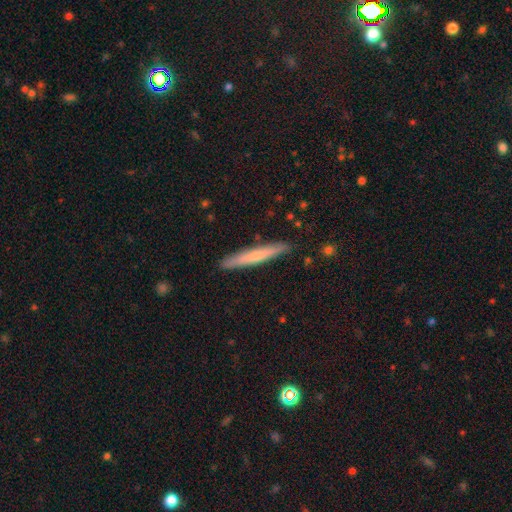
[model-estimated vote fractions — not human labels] A smooth galaxy with no disk features (60%) that is cigar-shaped (96%). Merging: none (90%).